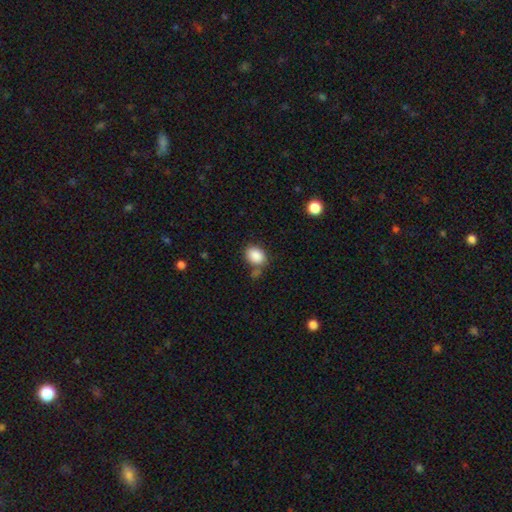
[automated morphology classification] This is clearly a smooth galaxy (88%). How rounded: likely in between (69%). Merging: likely none (65%).